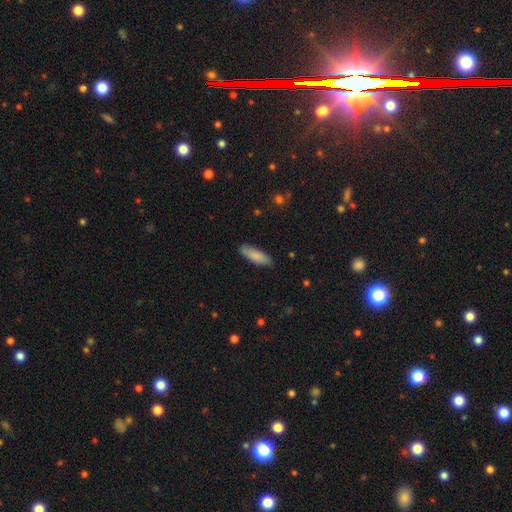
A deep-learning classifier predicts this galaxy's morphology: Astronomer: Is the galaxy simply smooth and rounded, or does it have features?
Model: smooth — 84%.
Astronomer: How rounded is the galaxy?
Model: in between — 52% (runner-up: cigar-shaped, 46%).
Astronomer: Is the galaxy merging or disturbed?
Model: none — 83%.